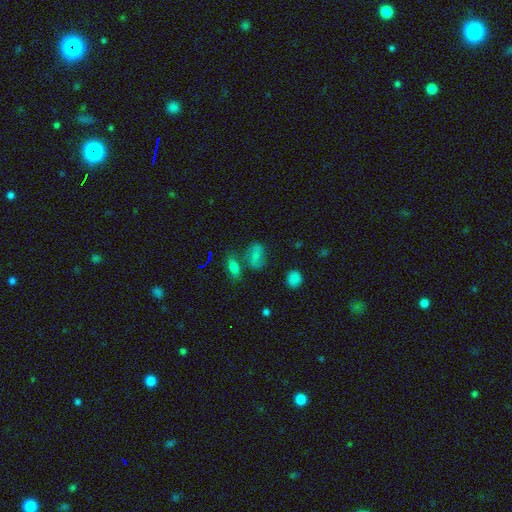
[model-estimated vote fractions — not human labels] A smooth galaxy with no disk features (63%) that is in between round and cigar-shaped (80%).

Vote fractions:
- Smooth or featured? smooth: 63% / featured or disk: 19% / star or artifact: 18%
- How rounded? in between: 80% / round: 15% / cigar-shaped: 4%
- Merging? none: 50% / merger: 22% / minor disturbance: 18% / major disturbance: 10%